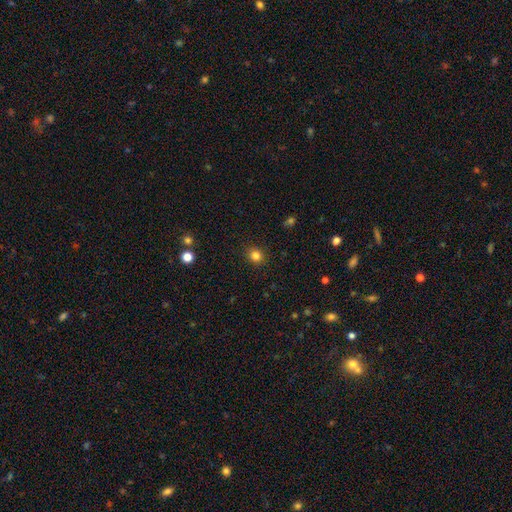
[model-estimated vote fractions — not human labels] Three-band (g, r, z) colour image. It shows a smooth galaxy with no disk features (83%) that is round (83%). Merging: none (90%).